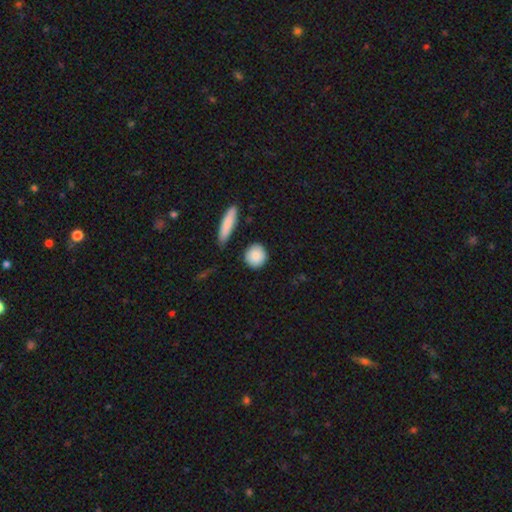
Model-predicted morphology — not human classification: smooth_or_featured: smooth (p=0.88) [alt: star or artifact p=0.06]
how_rounded: round (p=0.86) [alt: in between p=0.11]
merging: none (p=0.85) [alt: minor disturbance p=0.09]